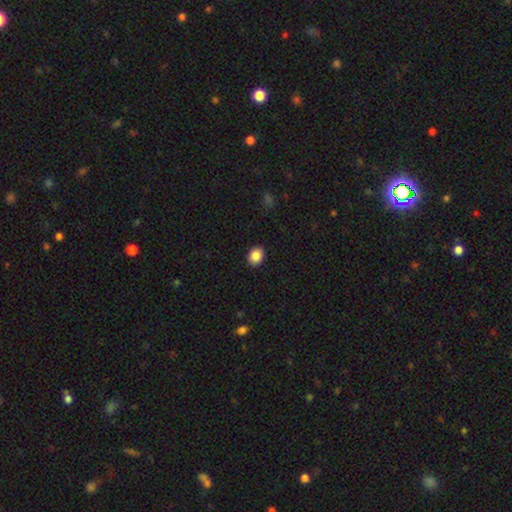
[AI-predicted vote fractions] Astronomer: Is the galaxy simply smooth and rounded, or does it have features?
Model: smooth — 88%.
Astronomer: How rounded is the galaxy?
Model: in between — 52% (runner-up: round, 47%).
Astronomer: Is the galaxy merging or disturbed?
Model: none — 90%.